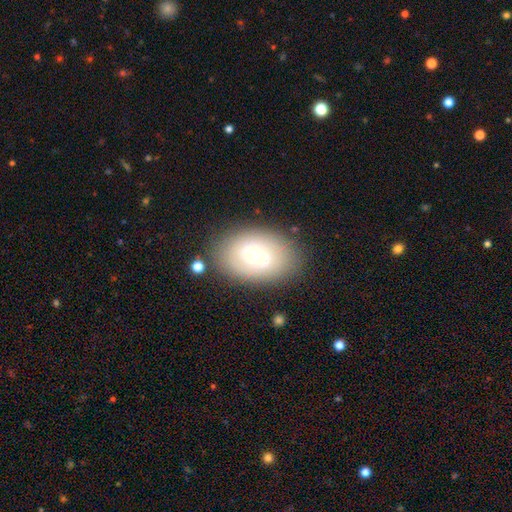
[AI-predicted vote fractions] Morphology: type=smooth (55%); roundness=in between (81%); merging=none (81%).